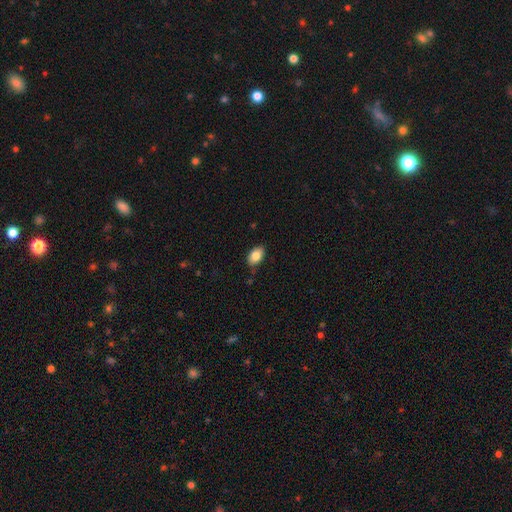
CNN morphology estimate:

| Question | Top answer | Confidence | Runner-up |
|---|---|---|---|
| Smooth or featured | smooth | 84% | featured or disk (8%) |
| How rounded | in between | 90% | round (9%) |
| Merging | none | 81% | minor disturbance (14%) |